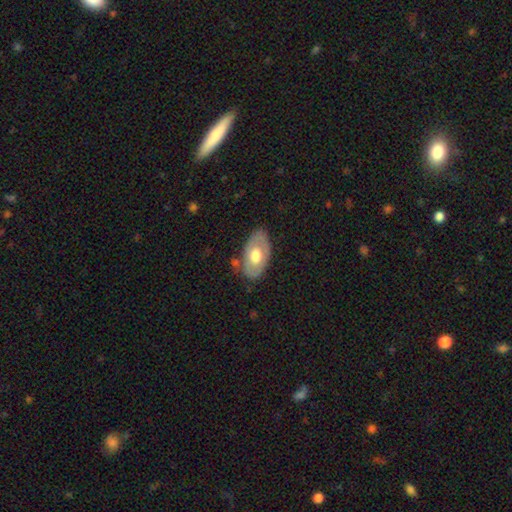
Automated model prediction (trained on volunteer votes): Q: Smooth or featured?
A: smooth (50%); runner-up: featured or disk (44%)
Q: How rounded?
A: in between (92%); runner-up: round (6%)
Q: Merging?
A: none (74%); runner-up: minor disturbance (18%)